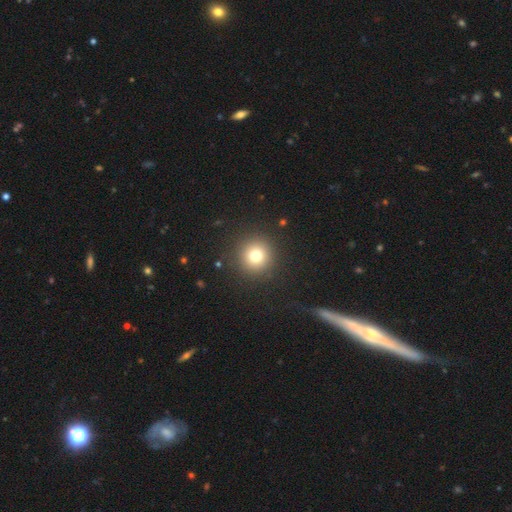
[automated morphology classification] Smooth or featured: smooth — 77% (star or artifact — 14%)
How rounded: round — 95% (in between — 4%)
Merging: none — 91% (minor disturbance — 5%)